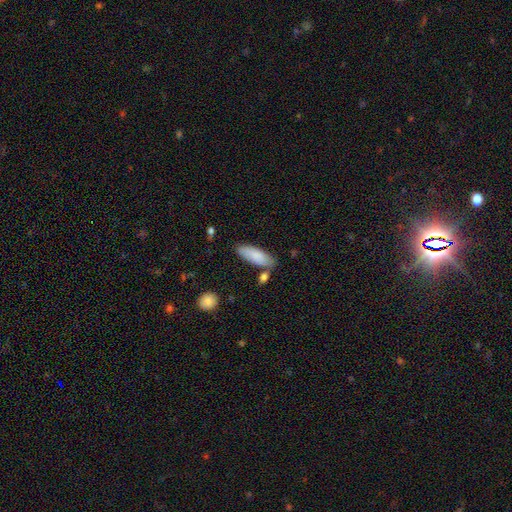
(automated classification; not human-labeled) Smooth or featured? Predicted: smooth (p=0.84). How rounded? Predicted: in between (p=0.67). Merging? Predicted: none (p=0.72).